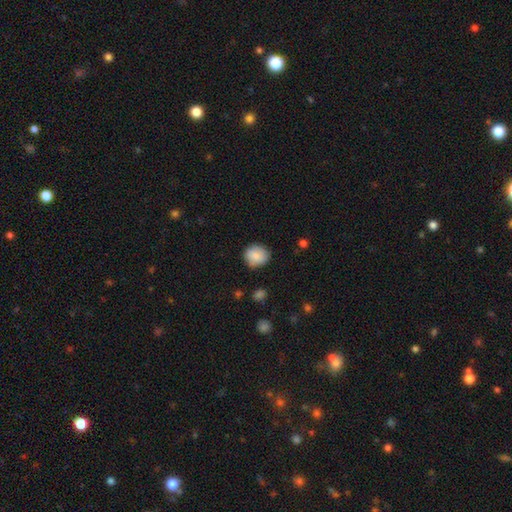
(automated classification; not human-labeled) smooth 86%, star or artifact 7%, featured or disk 7%. Down the decision tree: how rounded — round (75%); merging — none (78%).